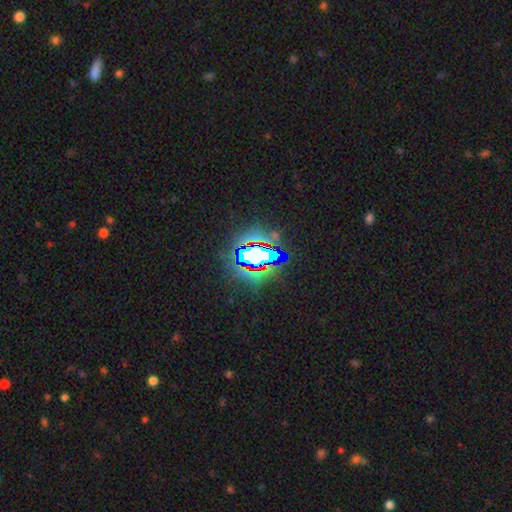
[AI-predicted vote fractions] Morphology: type=star or artifact (73%).